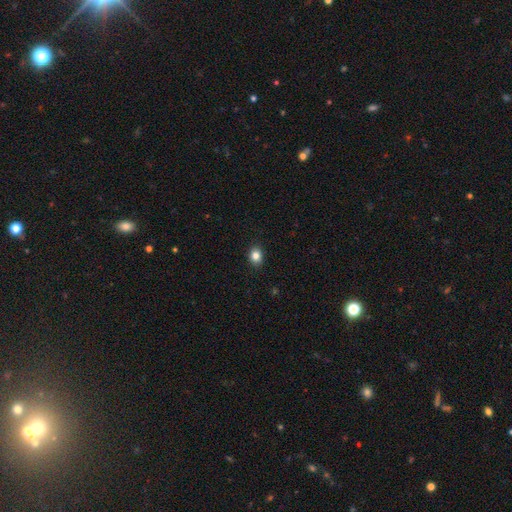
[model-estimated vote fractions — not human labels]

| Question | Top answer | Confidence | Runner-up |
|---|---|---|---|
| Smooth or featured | smooth | 84% | star or artifact (11%) |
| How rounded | round | 55% | in between (44%) |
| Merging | none | 90% | minor disturbance (7%) |